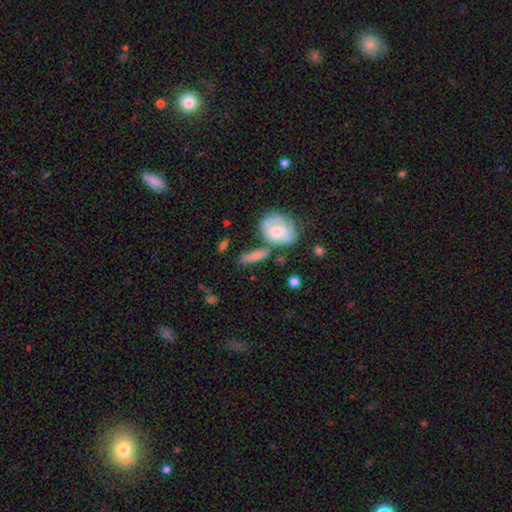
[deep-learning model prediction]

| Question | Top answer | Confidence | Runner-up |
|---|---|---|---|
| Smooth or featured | smooth | 57% | featured or disk (35%) |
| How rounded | in between | 44% | cigar-shaped (42%) |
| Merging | none | 55% | minor disturbance (20%) |